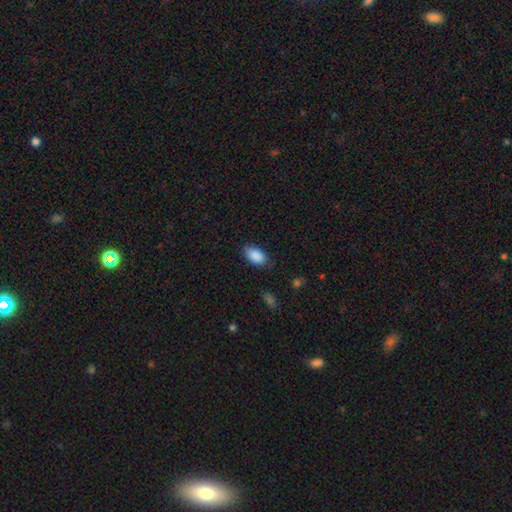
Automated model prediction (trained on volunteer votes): Morphology: type=smooth (89%); roundness=in between (93%); merging=none (82%).